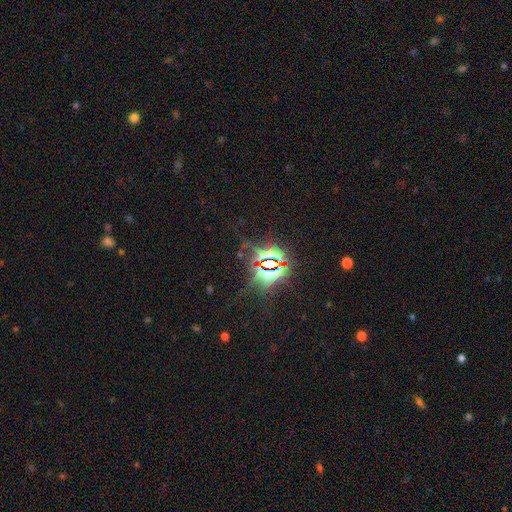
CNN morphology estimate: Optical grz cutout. It shows a star or artifact, not a galaxy (84%).